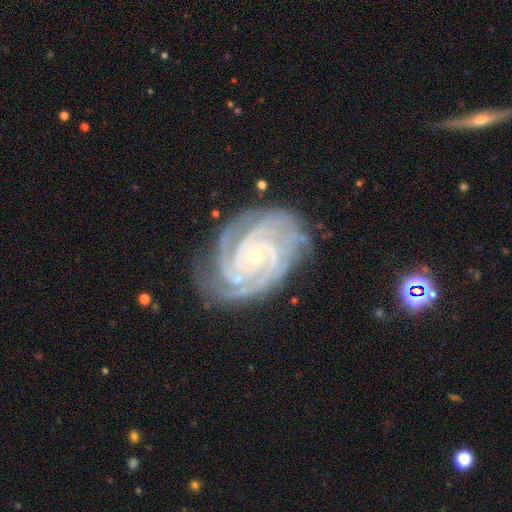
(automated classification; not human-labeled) featured or disk 92%, star or artifact 5%, smooth 3%. Down the decision tree: edge-on disk — no (98%); bar — no (72%); spiral arms — yes (99%); spiral arm count — 3 (31%); spiral winding — tight (80%); bulge size — small (86%); merging — none (77%).